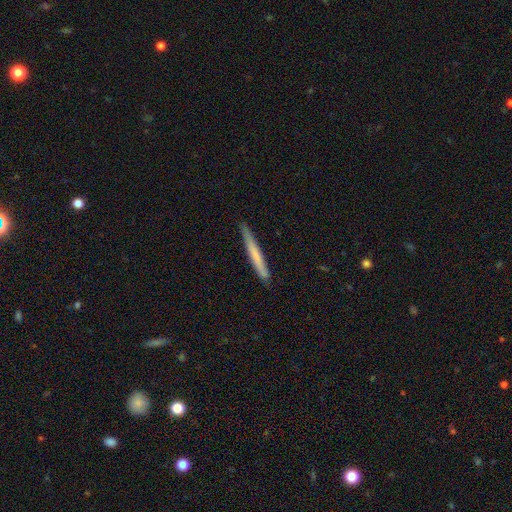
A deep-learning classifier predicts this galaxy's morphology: Overall: smooth (65%; featured or disk 30%). How rounded: cigar-shaped (97%). Merging: none (86%).